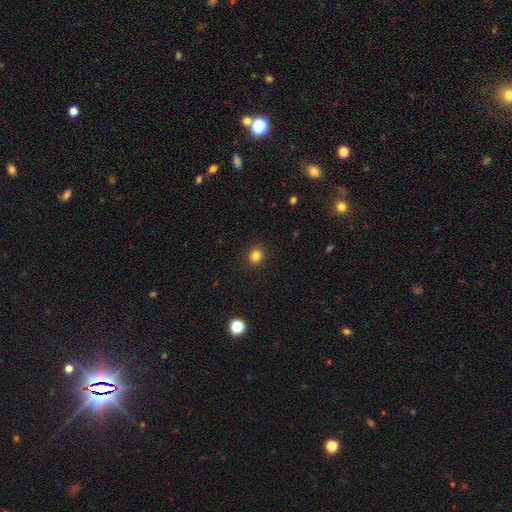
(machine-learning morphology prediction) Q: Smooth or featured?
A: smooth (83%); runner-up: star or artifact (13%)
Q: How rounded?
A: round (80%); runner-up: in between (19%)
Q: Merging?
A: none (91%); runner-up: minor disturbance (6%)